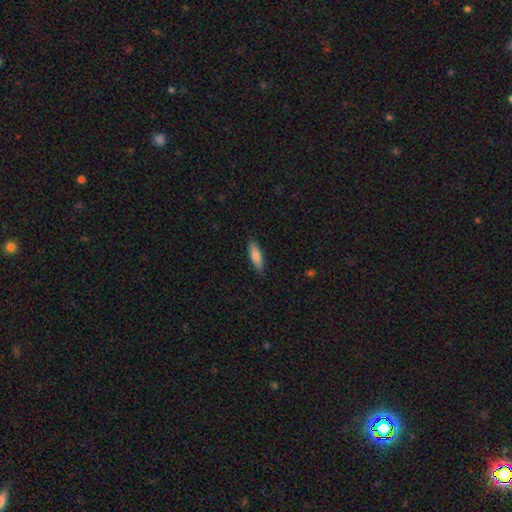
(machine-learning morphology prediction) A smooth galaxy with no disk features (76%) that is cigar-shaped (54%). Merging: none (84%).